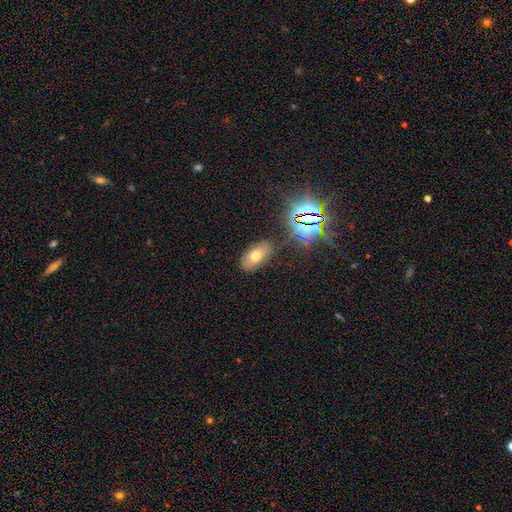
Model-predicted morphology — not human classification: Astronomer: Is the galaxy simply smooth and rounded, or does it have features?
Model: smooth — 62%.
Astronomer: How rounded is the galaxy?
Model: in between — 89%.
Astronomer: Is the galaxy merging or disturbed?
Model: none — 81%.